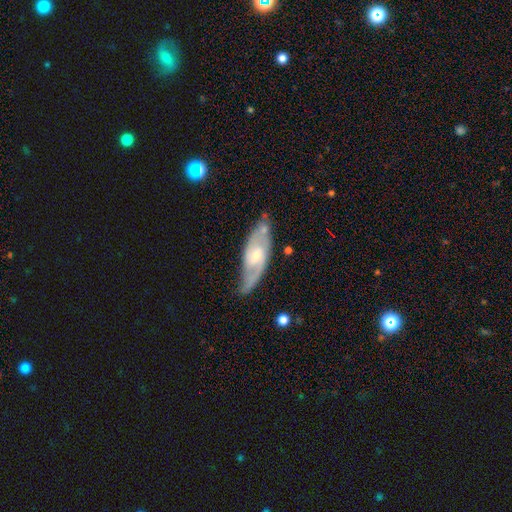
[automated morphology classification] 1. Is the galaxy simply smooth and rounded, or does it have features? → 80% featured or disk, 15% smooth, 5% star or artifact.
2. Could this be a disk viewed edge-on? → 87% no, 13% yes.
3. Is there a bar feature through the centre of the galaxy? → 45% weak (tied), 45% no (tied), 10% strong.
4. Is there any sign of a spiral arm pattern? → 92% yes, 8% no.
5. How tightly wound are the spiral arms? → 49% medium, 30% tight, 21% loose.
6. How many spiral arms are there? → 77% 2, 14% can't tell, 4% 1, 3% 3, 1% 4, 1% more than 4.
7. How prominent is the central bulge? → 50% small, 45% moderate, 3% large, 2% none, 1% dominant.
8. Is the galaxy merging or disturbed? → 72% none, 19% minor disturbance, 5% major disturbance, 3% merger.